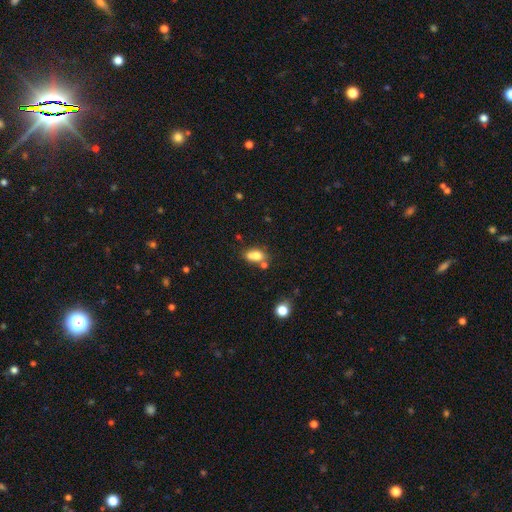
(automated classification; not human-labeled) smooth 73%, featured or disk 16%, star or artifact 11%. Down the decision tree: how rounded — in between (75%); merging — none (41%).